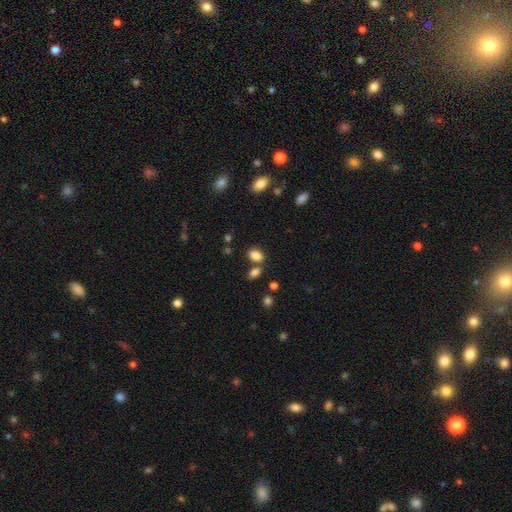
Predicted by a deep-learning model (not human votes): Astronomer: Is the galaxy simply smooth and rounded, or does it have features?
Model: smooth — 84%.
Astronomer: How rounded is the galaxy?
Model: in between — 83%.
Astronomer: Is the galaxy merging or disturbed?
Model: none — 63%.